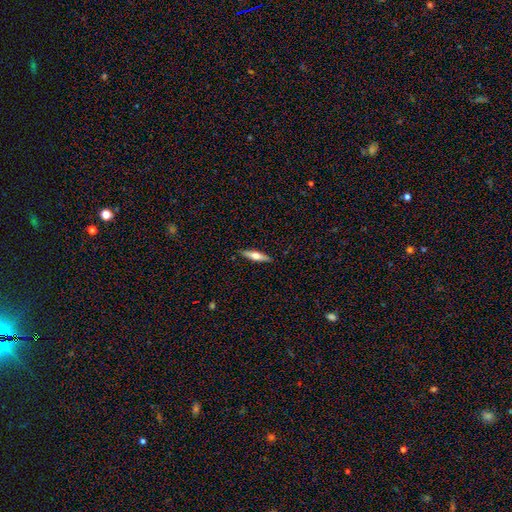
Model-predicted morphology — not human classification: smooth-or-featured: featured or disk: 48% | smooth: 47% | star or artifact: 6%
  merging: none: 90% | minor disturbance: 7% | major disturbance: 2% | merger: 1%